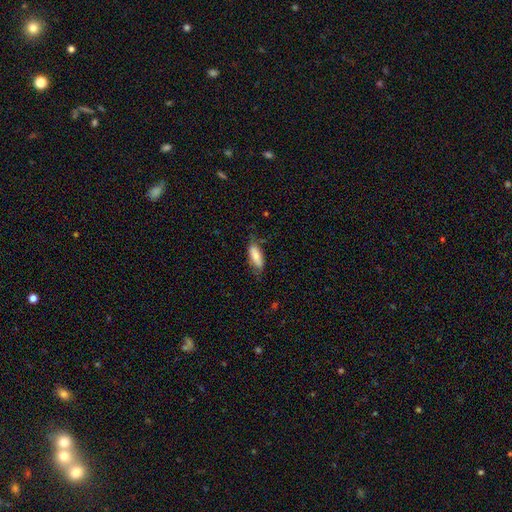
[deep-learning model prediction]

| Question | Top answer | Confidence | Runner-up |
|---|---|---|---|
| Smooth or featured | smooth | 74% | featured or disk (20%) |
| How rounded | in between | 70% | cigar-shaped (28%) |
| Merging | none | 62% | minor disturbance (27%) |